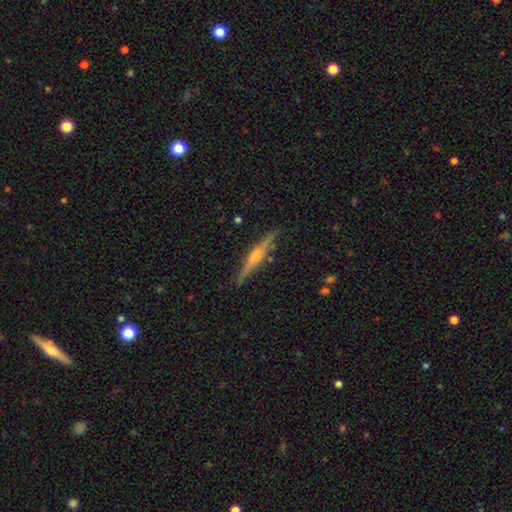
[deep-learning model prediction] Smooth or featured? Predicted: featured or disk (p=0.70). Edge-on disk? Predicted: yes (p=0.97). Edge-on bulge? Predicted: rounded (p=0.71). Merging? Predicted: none (p=0.87).